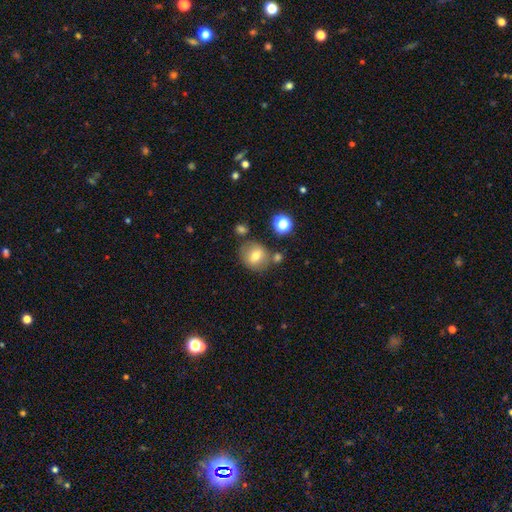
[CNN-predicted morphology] smooth-or-featured: smooth: 71% | featured or disk: 17% | star or artifact: 12%
  how-rounded: round: 79% | in between: 20% | cigar-shaped: 1%
  merging: none: 68% | minor disturbance: 14% | merger: 13% | major disturbance: 5%